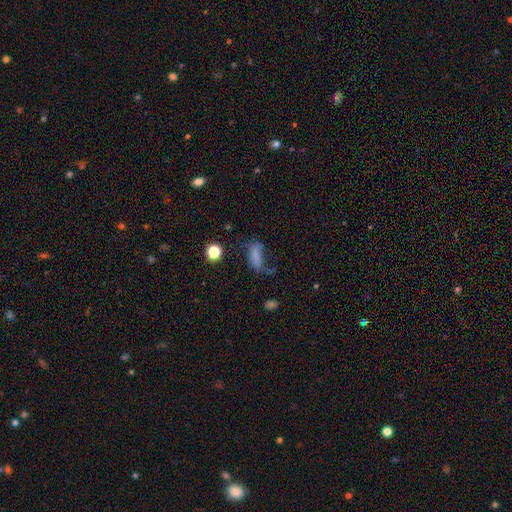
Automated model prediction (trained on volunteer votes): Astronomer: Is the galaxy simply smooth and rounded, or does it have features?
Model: smooth — 58%.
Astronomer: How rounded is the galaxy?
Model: in between — 75%.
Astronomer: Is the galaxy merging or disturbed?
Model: major disturbance — 37% (runner-up: none, 34%).